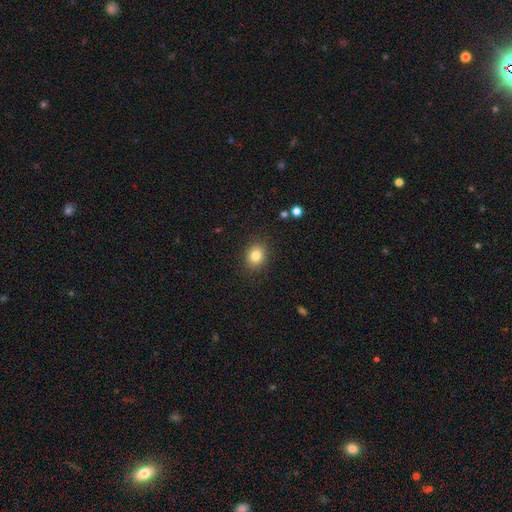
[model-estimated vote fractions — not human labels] Morphology: type=smooth (81%); roundness=round (63%); merging=none (88%).